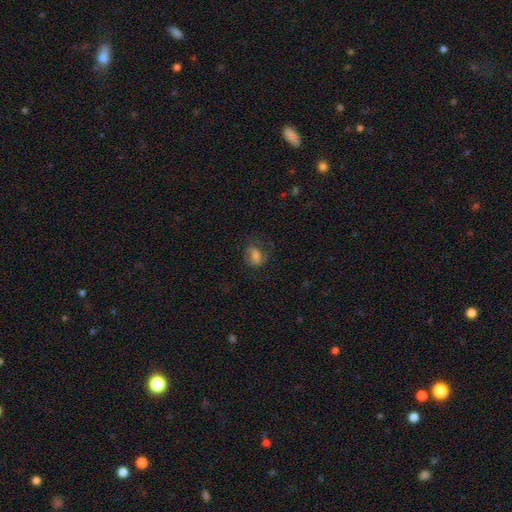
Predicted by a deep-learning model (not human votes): smooth 54%, featured or disk 33%, star or artifact 13%. Down the decision tree: how rounded — in between (66%); merging — none (59%).